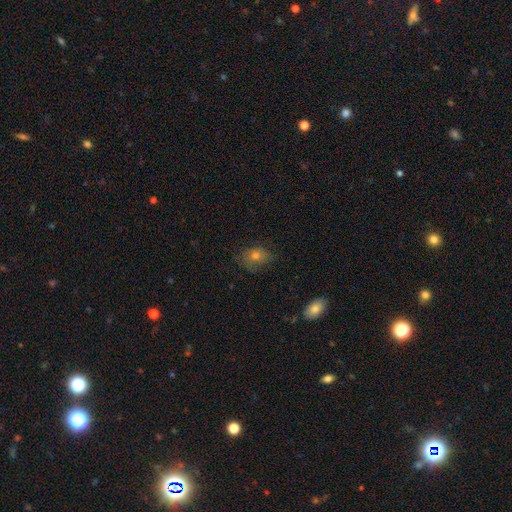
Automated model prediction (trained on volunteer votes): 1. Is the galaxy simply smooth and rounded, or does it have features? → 62% smooth, 24% featured or disk, 14% star or artifact.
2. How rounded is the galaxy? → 55% in between, 44% round, 1% cigar-shaped.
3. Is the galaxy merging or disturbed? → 63% none, 25% minor disturbance, 11% major disturbance, 1% merger.